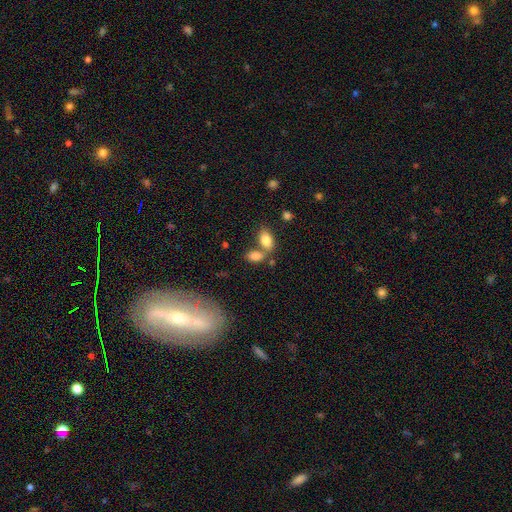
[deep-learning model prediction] Morphology: type=smooth (82%); roundness=in between (90%); merging=none (47%).